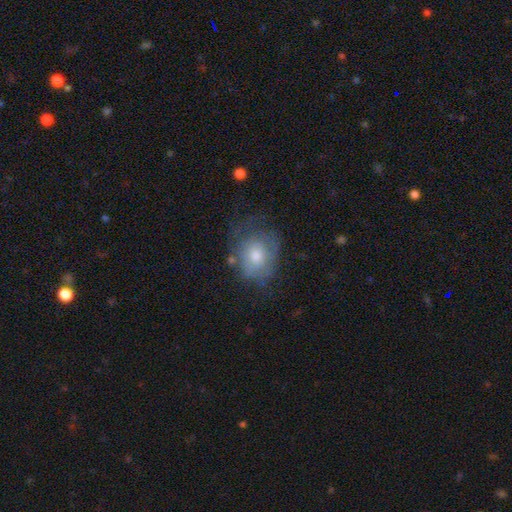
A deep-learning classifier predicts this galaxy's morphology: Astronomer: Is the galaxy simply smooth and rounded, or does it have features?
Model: smooth — 53% (runner-up: featured or disk, 38%).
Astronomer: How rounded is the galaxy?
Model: round — 58% (runner-up: in between, 41%).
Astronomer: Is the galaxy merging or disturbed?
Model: none — 53%.